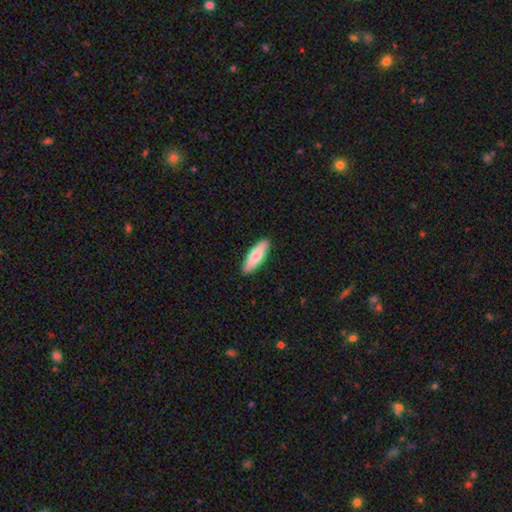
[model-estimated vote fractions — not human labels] Smooth or featured? Predicted: smooth (p=0.76). How rounded? Predicted: cigar-shaped (p=0.53). Merging? Predicted: none (p=0.89).